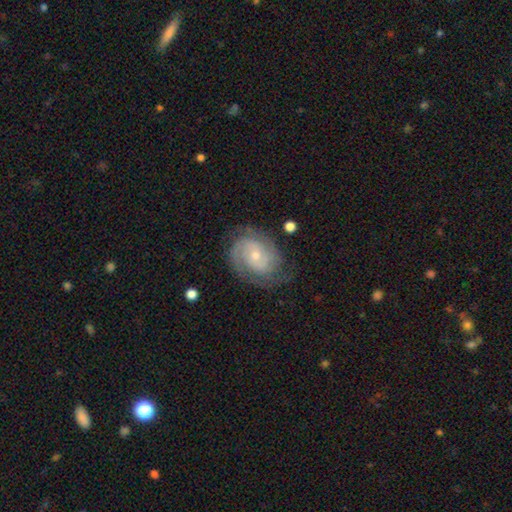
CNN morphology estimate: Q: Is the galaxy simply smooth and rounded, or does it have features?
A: featured or disk — 82%.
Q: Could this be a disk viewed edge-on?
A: no — 97%.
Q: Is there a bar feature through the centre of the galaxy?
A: no — 68%.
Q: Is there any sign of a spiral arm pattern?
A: yes — 95%.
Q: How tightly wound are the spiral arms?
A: tight — 59%.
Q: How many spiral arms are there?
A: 2 — 46%.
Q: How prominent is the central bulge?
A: small — 66%.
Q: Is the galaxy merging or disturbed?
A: none — 70%.